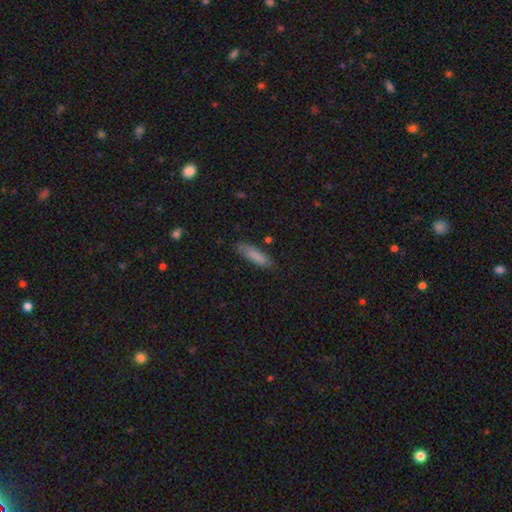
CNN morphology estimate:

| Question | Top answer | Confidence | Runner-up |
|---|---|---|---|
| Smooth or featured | smooth | 83% | featured or disk (11%) |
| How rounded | cigar-shaped | 59% | in between (39%) |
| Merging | none | 76% | minor disturbance (18%) |